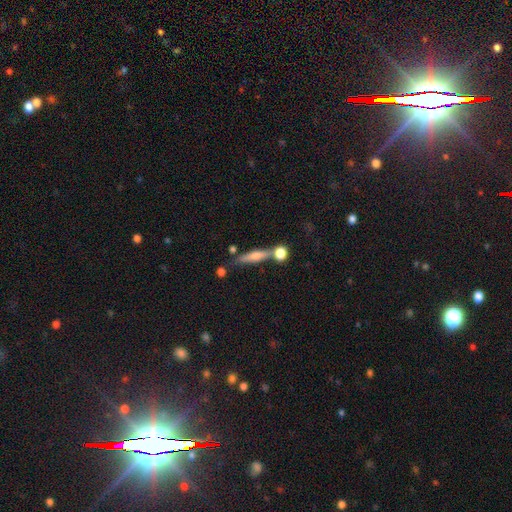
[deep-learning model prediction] smooth_or_featured: featured or disk (p=0.54) [alt: smooth p=0.36]
disk_edge_on: yes (p=0.92) [alt: no p=0.08]
edge_on_bulge: rounded (p=0.82) [alt: none p=0.10]
merging: none (p=0.69) [alt: merger p=0.16]